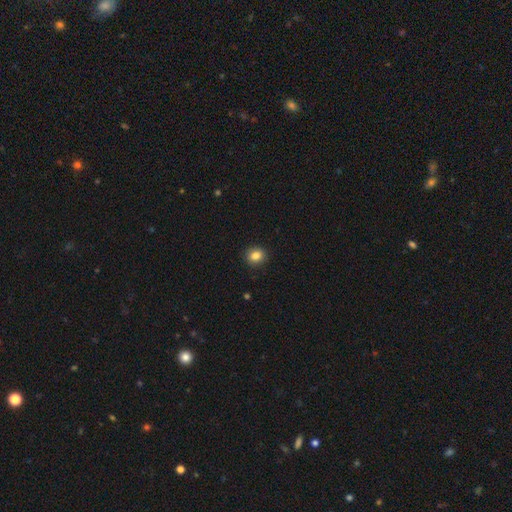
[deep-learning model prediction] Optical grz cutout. It shows a smooth galaxy with no disk features (85%) that is round (74%). Merging: none (91%).